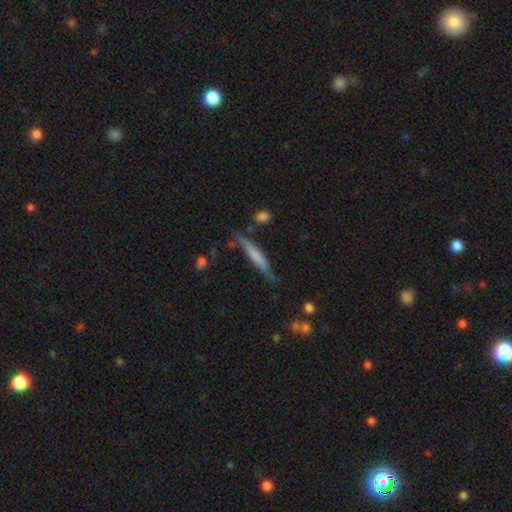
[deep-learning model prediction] A smooth galaxy with no disk features (58%) that is cigar-shaped (92%).

Vote fractions:
- Smooth or featured? smooth: 58% / featured or disk: 36% / star or artifact: 6%
- How rounded? cigar-shaped: 92% / in between: 6% / round: 2%
- Merging? none: 66% / minor disturbance: 24% / major disturbance: 6% / merger: 5%